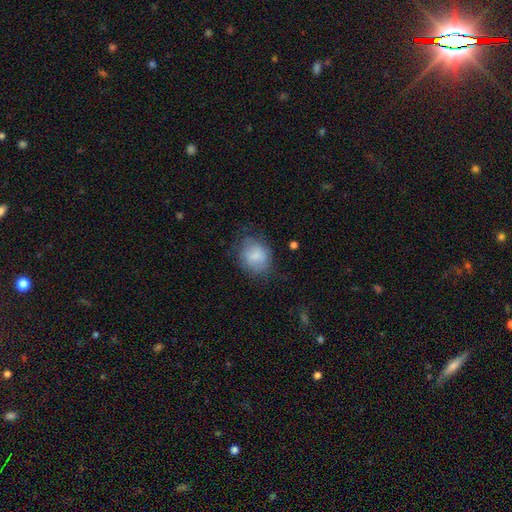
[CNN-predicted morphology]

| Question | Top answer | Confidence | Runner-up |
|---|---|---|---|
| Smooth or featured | smooth | 76% | featured or disk (16%) |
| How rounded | round | 52% | in between (47%) |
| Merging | none | 63% | minor disturbance (24%) |